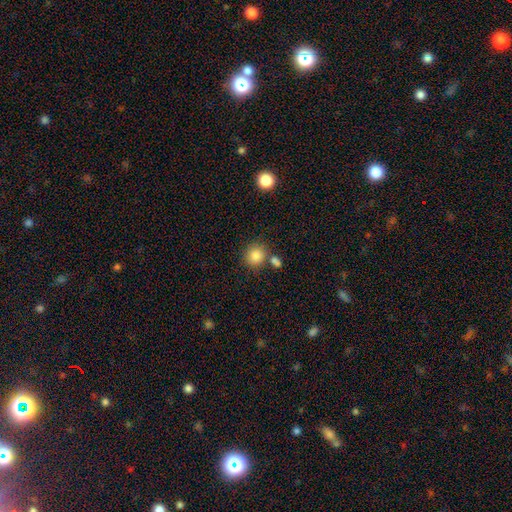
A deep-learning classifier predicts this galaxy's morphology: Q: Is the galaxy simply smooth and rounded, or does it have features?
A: smooth — 85%.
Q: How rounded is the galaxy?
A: round — 86%.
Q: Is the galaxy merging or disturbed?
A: none — 70%.